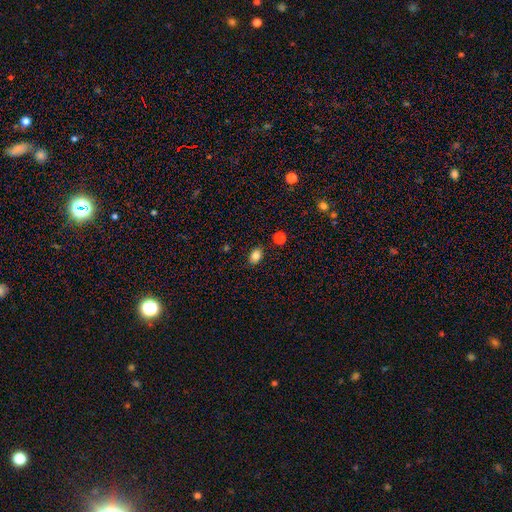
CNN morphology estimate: Smooth or featured?
  - smooth: 83% *
  - star or artifact: 10%
  - featured or disk: 7%
How rounded?
  - in between: 80% *
  - round: 19%
  - cigar-shaped: 1%
Merging?
  - none: 85% *
  - minor disturbance: 10%
  - merger: 2%
  - major disturbance: 2%